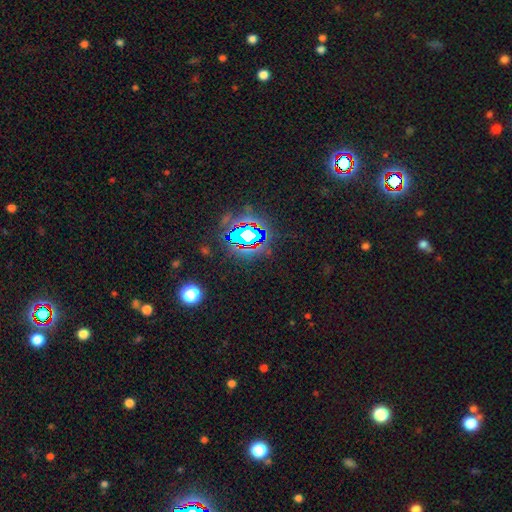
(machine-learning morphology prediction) Overall: star or artifact (80%).